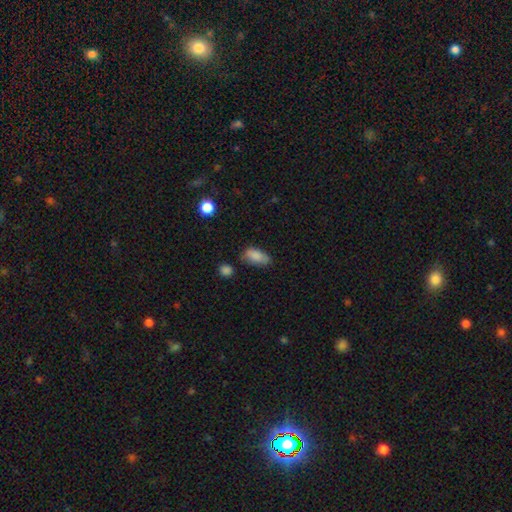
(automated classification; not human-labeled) Smooth or featured? Predicted: smooth (p=0.84). How rounded? Predicted: in between (p=0.90). Merging? Predicted: none (p=0.63).